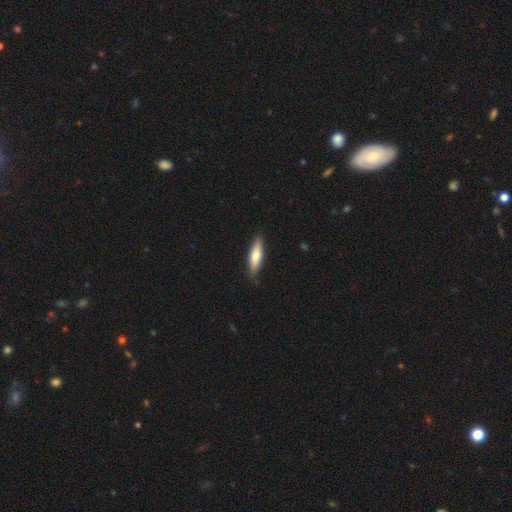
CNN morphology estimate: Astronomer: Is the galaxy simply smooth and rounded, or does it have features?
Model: smooth — 67%.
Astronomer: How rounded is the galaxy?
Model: cigar-shaped — 65%.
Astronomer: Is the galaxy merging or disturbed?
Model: none — 87%.